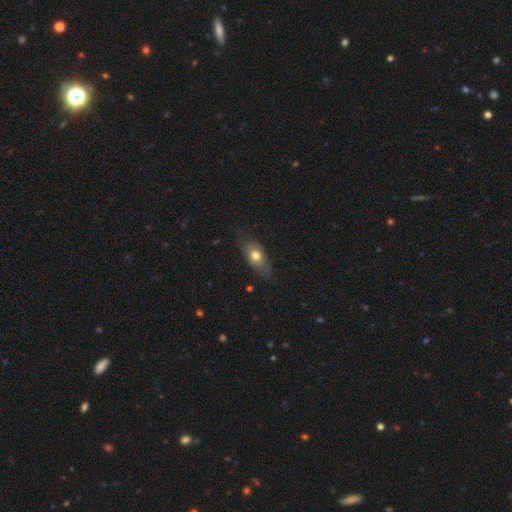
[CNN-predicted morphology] Smooth or featured? smooth (63%)
How rounded? in between (81%)
Merging? none (70%)